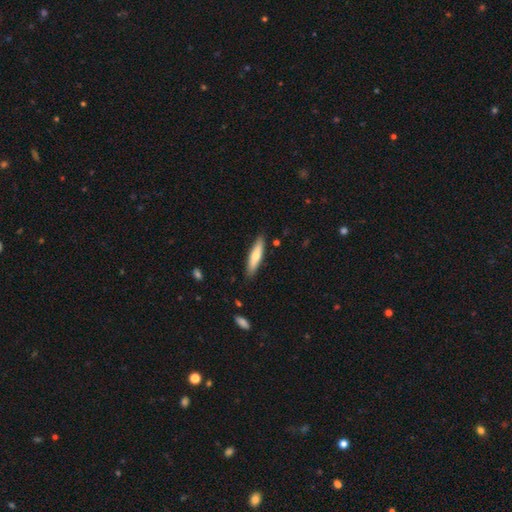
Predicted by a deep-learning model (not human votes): The model was most divided on "smooth or featured": smooth: 63%, featured or disk: 31%, star or artifact: 6%. More confident: merging — none (87%); how rounded — cigar-shaped (76%).